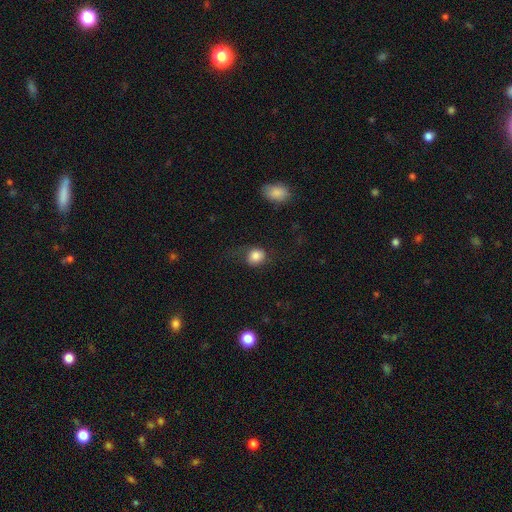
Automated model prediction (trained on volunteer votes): smooth-or-featured: smooth: 81% | featured or disk: 10% | star or artifact: 9%
  how-rounded: round: 64% | in between: 35% | cigar-shaped: 1%
  merging: none: 58% | minor disturbance: 23% | major disturbance: 17% | merger: 2%